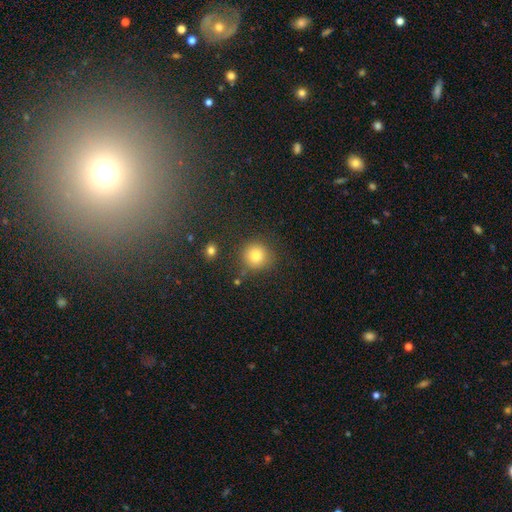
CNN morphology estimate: Smooth or featured? Predicted: smooth (p=0.82). How rounded? Predicted: round (p=0.92). Merging? Predicted: none (p=0.81).